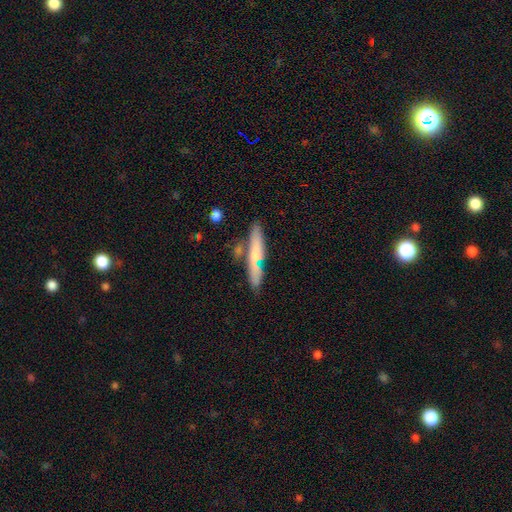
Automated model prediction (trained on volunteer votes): The model was most divided on "smooth or featured": smooth: 58%, featured or disk: 35%, star or artifact: 6%. More confident: how rounded — cigar-shaped (90%); merging — none (71%).